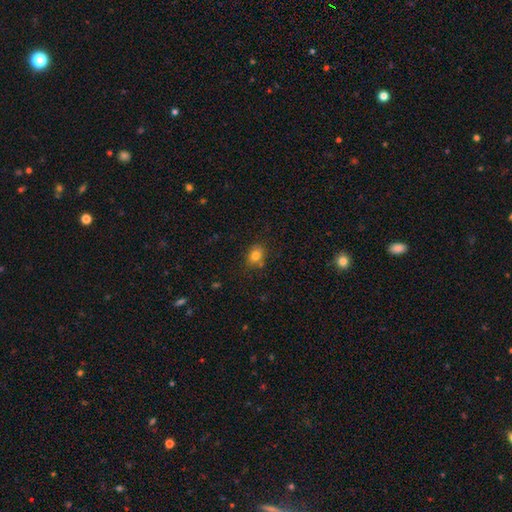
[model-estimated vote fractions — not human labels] This is clearly a smooth galaxy (80%). How rounded: possibly round (52%). Merging: likely none (77%).